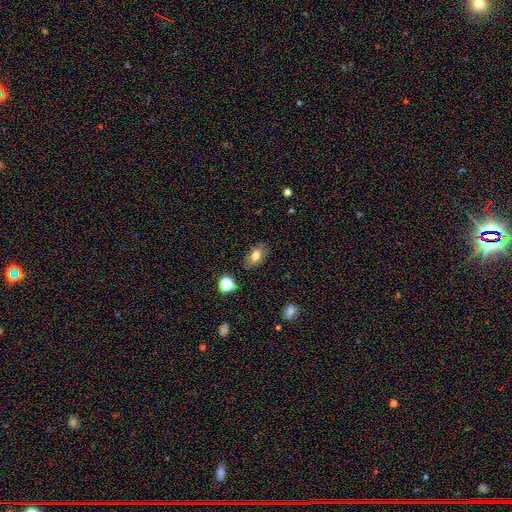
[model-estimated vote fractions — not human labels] Morphology: type=smooth (76%); roundness=in between (88%); merging=none (85%).